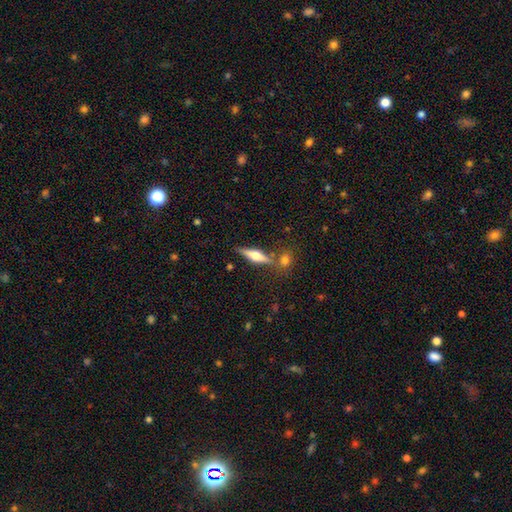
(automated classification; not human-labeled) Morphology: type=featured or disk (58%); edge-on=yes (95%); edge-on bulge=rounded (91%); merging=none (73%).